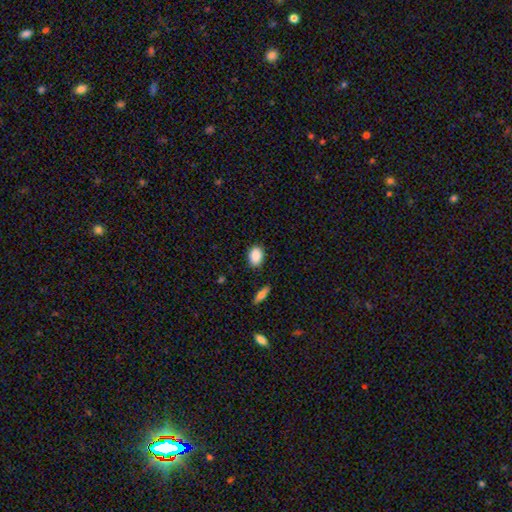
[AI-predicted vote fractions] Smooth or featured? smooth (89%)
How rounded? in between (70%)
Merging? none (85%)